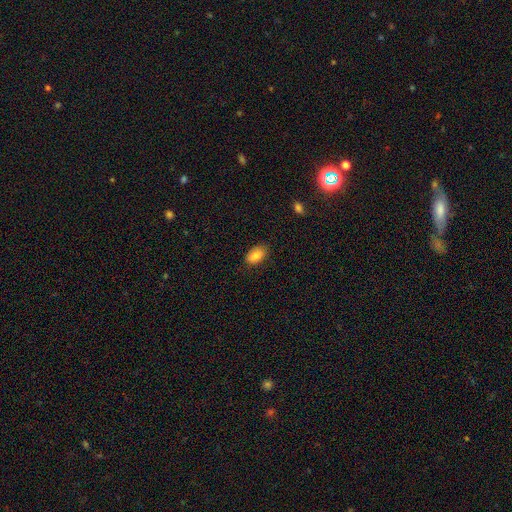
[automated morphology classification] A smooth galaxy with no disk features (83%) that is in between round and cigar-shaped (92%).

Vote fractions:
- Smooth or featured? smooth: 83% / featured or disk: 10% / star or artifact: 8%
- How rounded? in between: 92% / round: 7% / cigar-shaped: 2%
- Merging? none: 84% / minor disturbance: 13% / major disturbance: 2% / merger: 1%